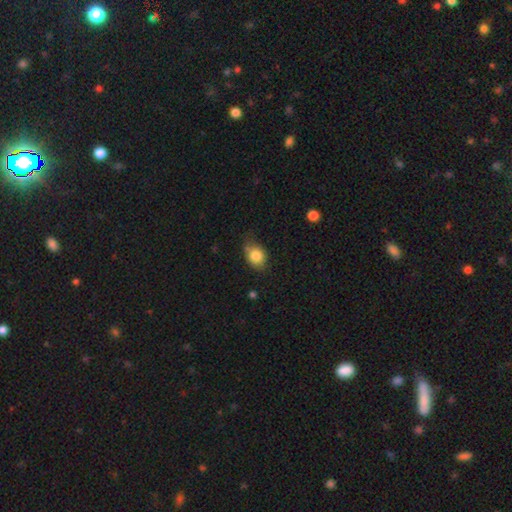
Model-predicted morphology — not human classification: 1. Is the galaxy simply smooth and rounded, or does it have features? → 83% smooth, 9% star or artifact, 9% featured or disk.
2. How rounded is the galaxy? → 58% in between, 41% round, 1% cigar-shaped.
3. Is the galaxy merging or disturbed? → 60% none, 30% minor disturbance, 6% major disturbance, 3% merger.